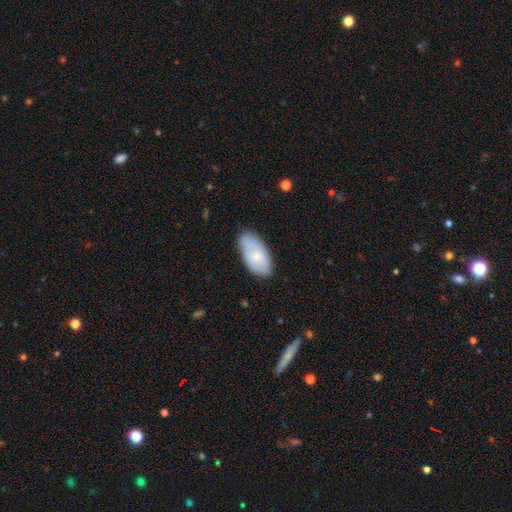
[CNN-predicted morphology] Smooth or featured? smooth (66%)
How rounded? in between (94%)
Merging? none (63%)